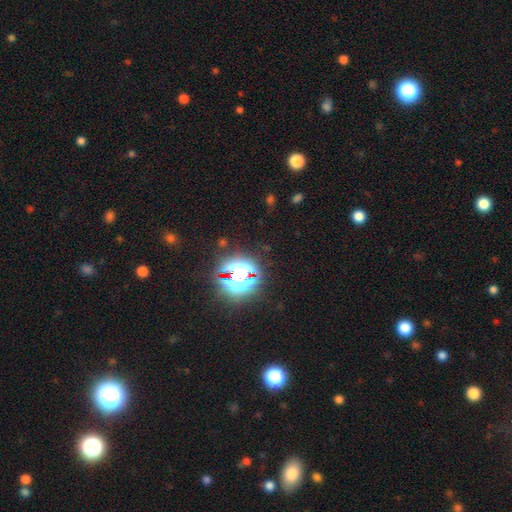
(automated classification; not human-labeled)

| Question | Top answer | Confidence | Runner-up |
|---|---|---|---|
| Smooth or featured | star or artifact | 81% | smooth (12%) |